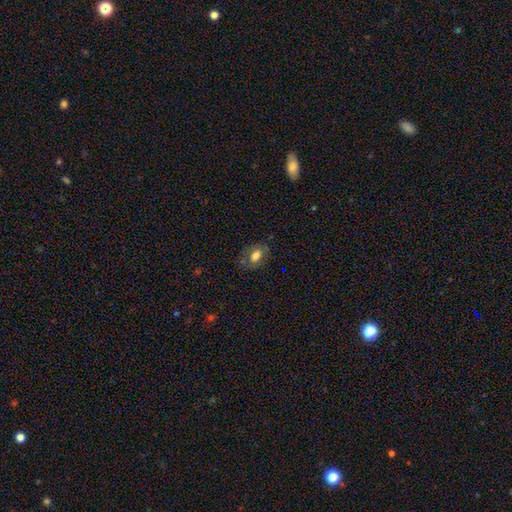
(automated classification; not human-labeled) A smooth galaxy with no disk features (64%) that is in between round and cigar-shaped (84%). Merging: none (72%).